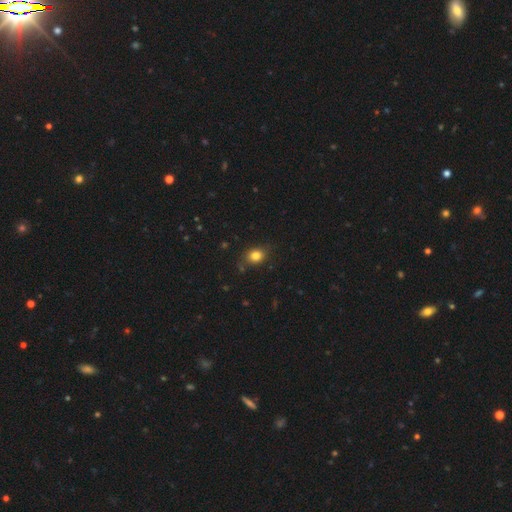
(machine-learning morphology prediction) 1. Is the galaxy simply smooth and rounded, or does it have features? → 82% smooth, 11% star or artifact, 7% featured or disk.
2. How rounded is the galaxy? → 56% in between, 43% round, 1% cigar-shaped.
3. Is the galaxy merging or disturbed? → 78% none, 16% minor disturbance, 4% major disturbance, 2% merger.